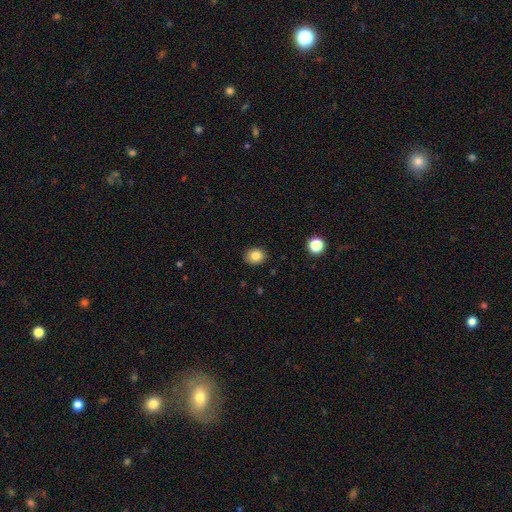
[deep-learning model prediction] smooth 82%, star or artifact 11%, featured or disk 7%. Down the decision tree: how rounded — round (67%); merging — none (90%).